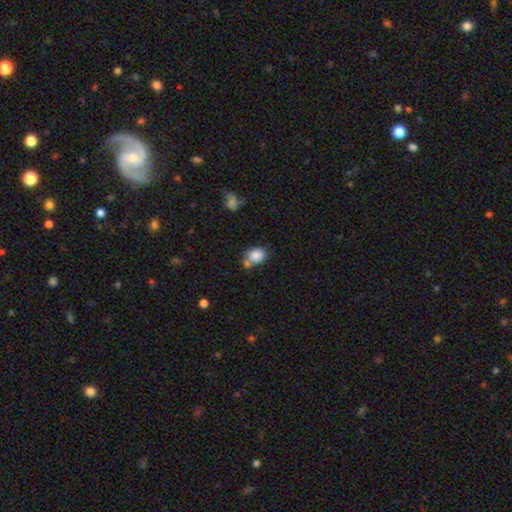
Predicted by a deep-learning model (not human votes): This appears to be a smooth galaxy with no disk features (84%) that is in between round and cigar-shaped (59%). Merging: none (52%).